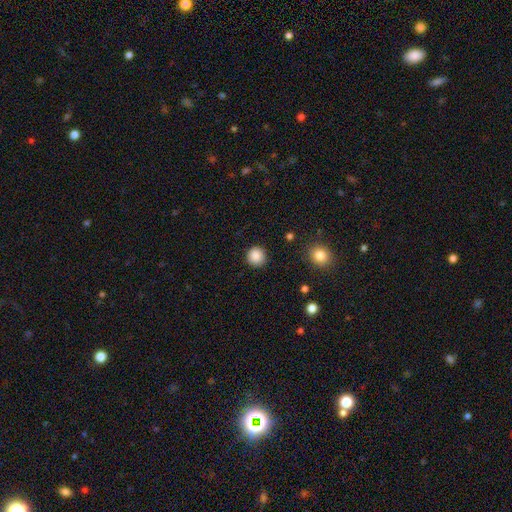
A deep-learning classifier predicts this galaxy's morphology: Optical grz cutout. It shows a smooth galaxy with no disk features (87%) that is round (94%). Merging: none (90%).